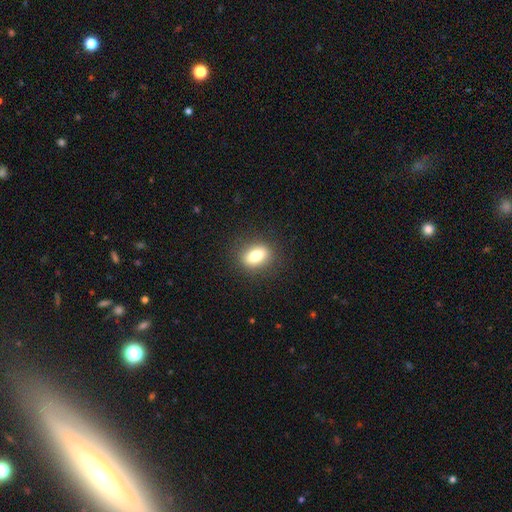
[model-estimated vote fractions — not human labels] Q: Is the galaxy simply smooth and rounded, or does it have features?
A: smooth — 78%.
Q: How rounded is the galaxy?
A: in between — 73%.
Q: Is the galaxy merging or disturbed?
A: none — 87%.